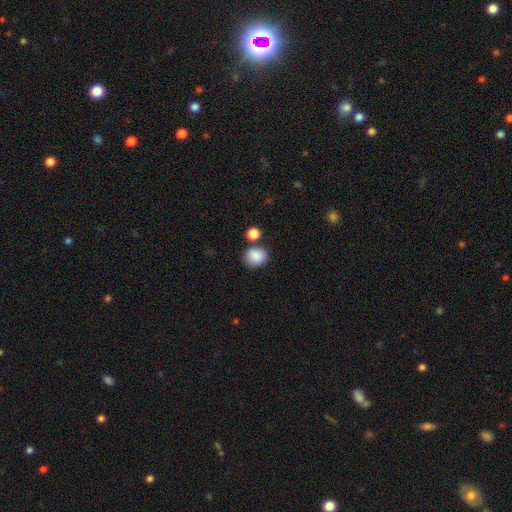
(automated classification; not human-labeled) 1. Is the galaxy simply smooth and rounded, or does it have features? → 87% smooth, 8% star or artifact, 5% featured or disk.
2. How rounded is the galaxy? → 67% round, 32% in between, 1% cigar-shaped.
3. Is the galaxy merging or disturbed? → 71% none, 13% merger, 12% minor disturbance, 4% major disturbance.